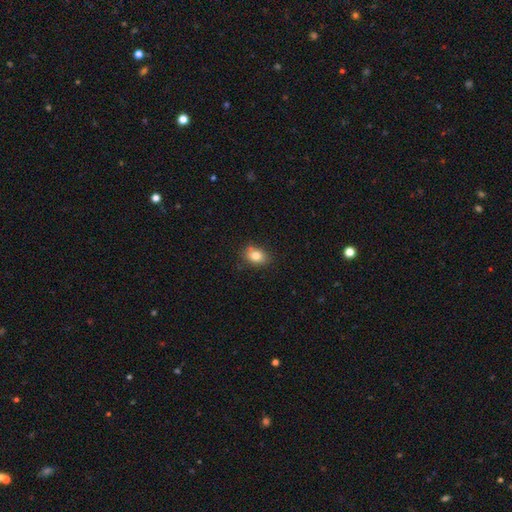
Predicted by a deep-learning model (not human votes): Q: Smooth or featured?
A: smooth (82%); runner-up: star or artifact (10%)
Q: How rounded?
A: in between (73%); runner-up: round (25%)
Q: Merging?
A: none (77%); runner-up: minor disturbance (18%)